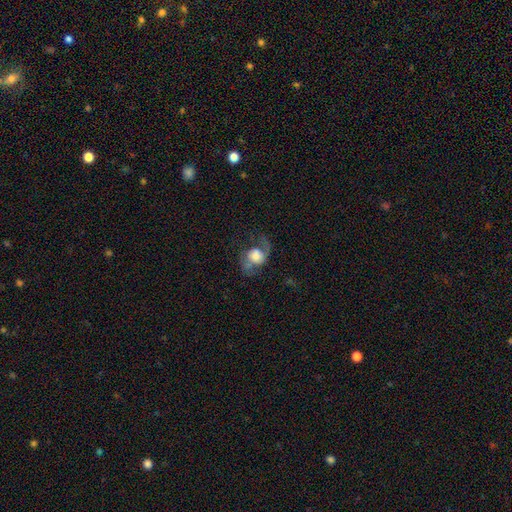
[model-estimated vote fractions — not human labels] smooth-or-featured: featured or disk: 62% | smooth: 30% | star or artifact: 8%
  disk-edge-on: no: 96% | yes: 4%
    bar: no: 69% | weak: 25% | strong: 6%
    has-spiral-arms: yes: 85% | no: 15%
      spiral-winding: loose: 58% | medium: 34% | tight: 8%
      spiral-arm-count: 2: 82% | 1: 10% | can't tell: 4% | 3: 1% | 4: 1% | more than 4: 1%
    bulge-size: large: 48% | moderate: 19% | dominant: 19% | small: 7% | none: 7%
  merging: none: 53% | major disturbance: 25% | minor disturbance: 19% | merger: 3%